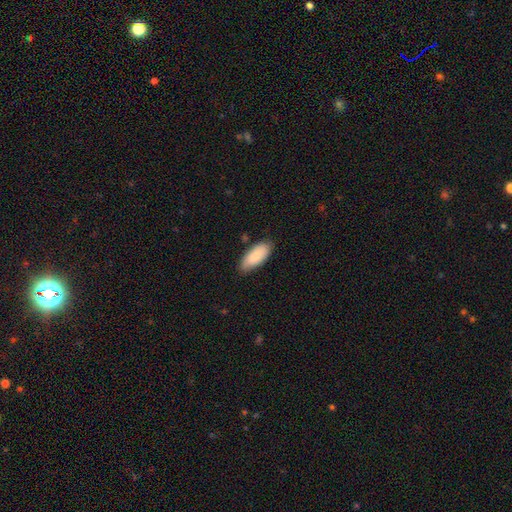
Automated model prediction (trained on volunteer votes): Smooth or featured: smooth — 88% (featured or disk — 6%)
How rounded: in between — 85% (cigar-shaped — 14%)
Merging: none — 80% (minor disturbance — 16%)